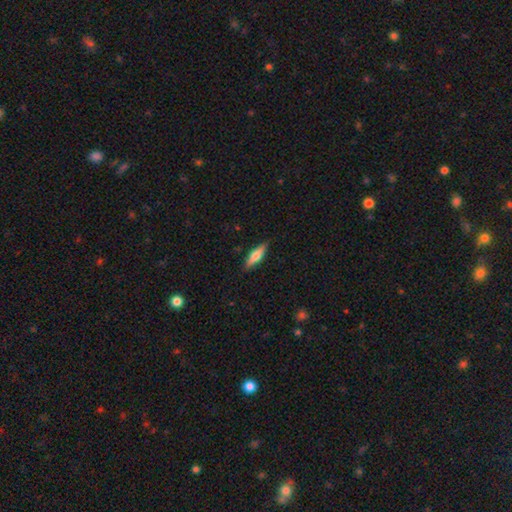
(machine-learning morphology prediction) The model was most divided on "smooth or featured": smooth: 57%, featured or disk: 37%, star or artifact: 6%. More confident: merging — none (87%); how rounded — cigar-shaped (64%).